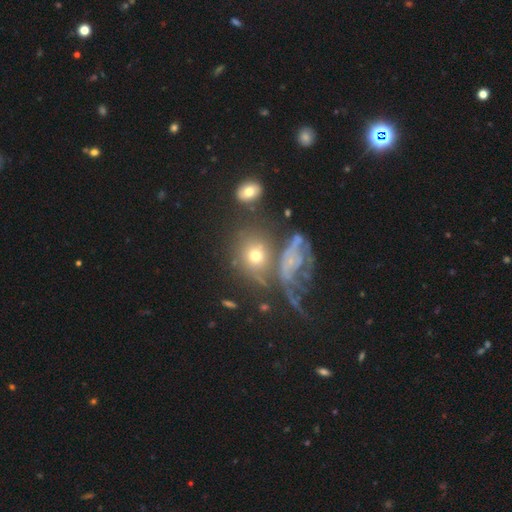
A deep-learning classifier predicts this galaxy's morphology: Overall: smooth (50%; featured or disk 33%). How rounded: round (69%). Merging: none (48%; merger 22%).